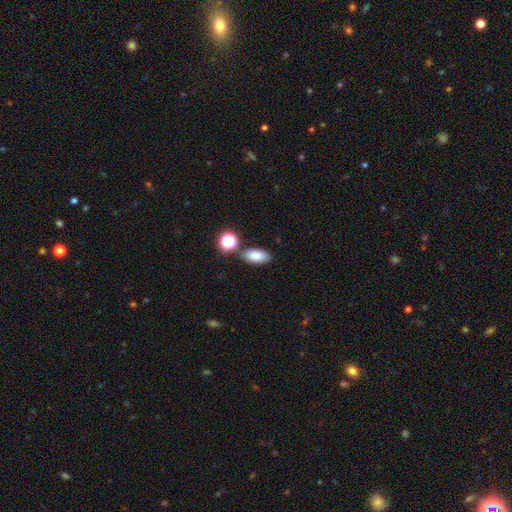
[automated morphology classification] smooth-or-featured: smooth: 82% | star or artifact: 10% | featured or disk: 8%
  how-rounded: in between: 90% | round: 6% | cigar-shaped: 4%
  merging: none: 78% | minor disturbance: 11% | merger: 8% | major disturbance: 3%